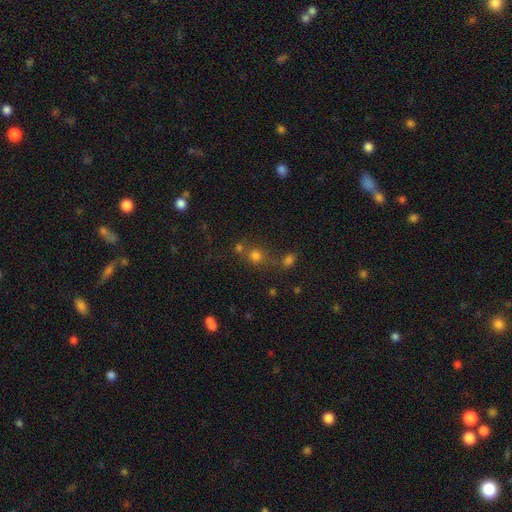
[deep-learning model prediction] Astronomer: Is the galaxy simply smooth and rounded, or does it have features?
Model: smooth — 73%.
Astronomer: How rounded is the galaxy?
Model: round — 83%.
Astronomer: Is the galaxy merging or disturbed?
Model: none — 58%.